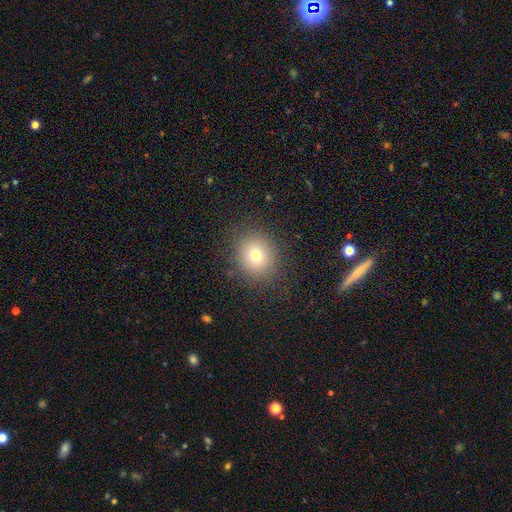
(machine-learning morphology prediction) smooth 74%, star or artifact 15%, featured or disk 12%. Down the decision tree: how rounded — round (80%); merging — none (87%).